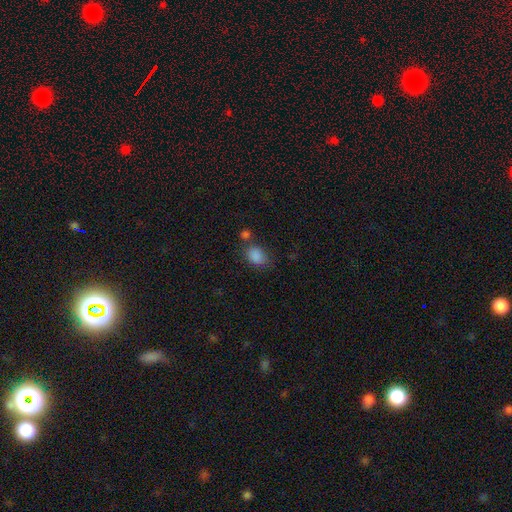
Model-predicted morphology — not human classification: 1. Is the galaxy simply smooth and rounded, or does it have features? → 85% smooth, 10% star or artifact, 5% featured or disk.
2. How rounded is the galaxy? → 74% in between, 25% round, 1% cigar-shaped.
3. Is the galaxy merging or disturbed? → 62% none, 18% minor disturbance, 14% merger, 6% major disturbance.